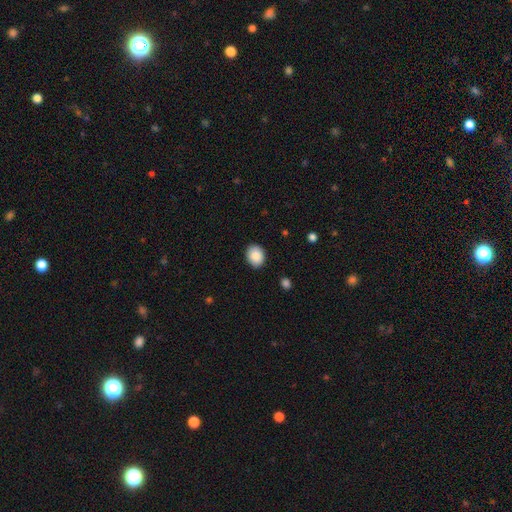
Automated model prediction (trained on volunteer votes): Smooth or featured? smooth (89%)
How rounded? in between (56%)
Merging? none (89%)